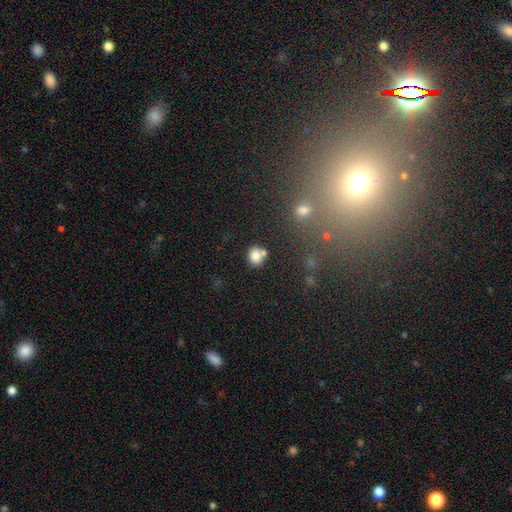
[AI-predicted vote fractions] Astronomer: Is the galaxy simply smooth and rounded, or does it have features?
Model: smooth — 81%.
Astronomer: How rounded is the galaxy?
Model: round — 66%.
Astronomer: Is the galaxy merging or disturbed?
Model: none — 60%.